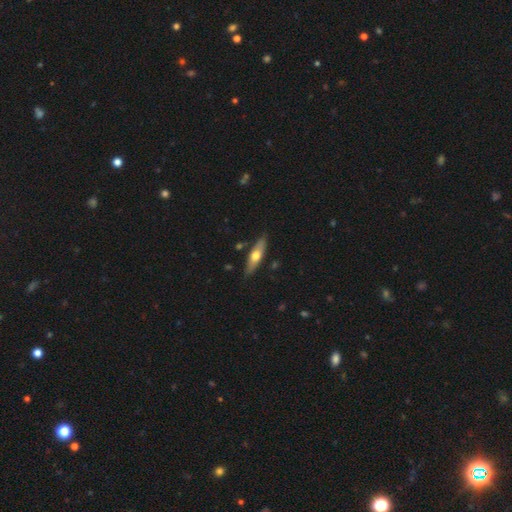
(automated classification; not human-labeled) Q: Smooth or featured?
A: smooth (51%); runner-up: featured or disk (44%)
Q: How rounded?
A: cigar-shaped (58%); runner-up: in between (39%)
Q: Merging?
A: none (84%); runner-up: minor disturbance (12%)